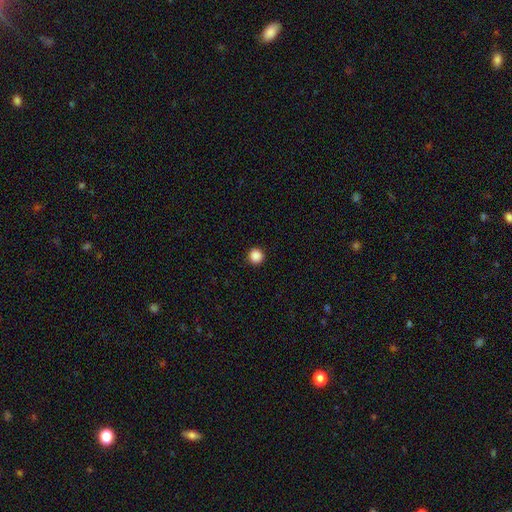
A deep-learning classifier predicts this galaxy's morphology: Smooth or featured? Predicted: smooth (p=0.88). How rounded? Predicted: round (p=0.96). Merging? Predicted: none (p=0.93).